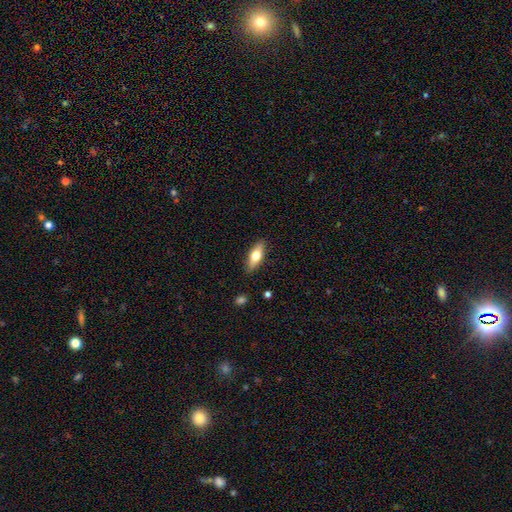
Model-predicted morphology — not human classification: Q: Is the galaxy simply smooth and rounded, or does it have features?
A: smooth — 60%.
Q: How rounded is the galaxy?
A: in between — 63%.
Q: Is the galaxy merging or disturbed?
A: none — 87%.